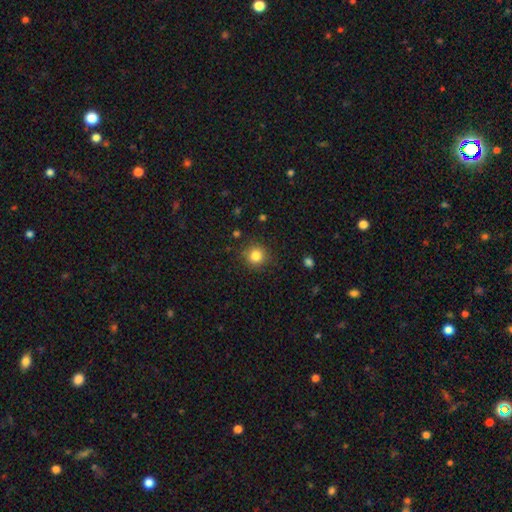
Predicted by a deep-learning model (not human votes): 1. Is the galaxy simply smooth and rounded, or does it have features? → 83% smooth, 11% star or artifact, 5% featured or disk.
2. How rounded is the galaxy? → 92% round, 7% in between, 1% cigar-shaped.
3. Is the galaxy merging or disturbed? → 87% none, 9% minor disturbance, 3% major disturbance, 2% merger.